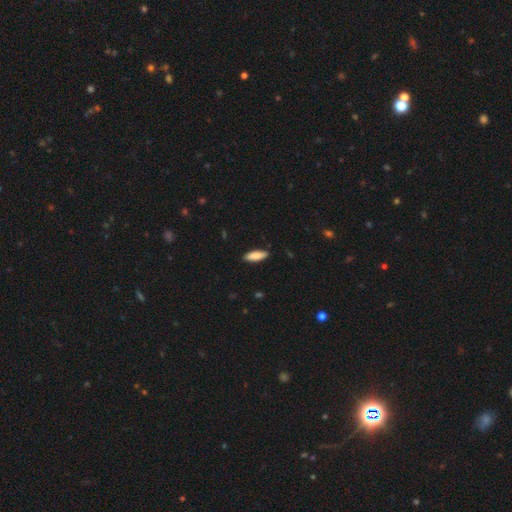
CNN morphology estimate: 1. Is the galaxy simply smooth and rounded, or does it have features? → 85% smooth, 10% featured or disk, 6% star or artifact.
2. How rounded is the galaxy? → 58% in between, 41% cigar-shaped, 2% round.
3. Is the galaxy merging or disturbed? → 87% none, 10% minor disturbance, 2% major disturbance, 1% merger.